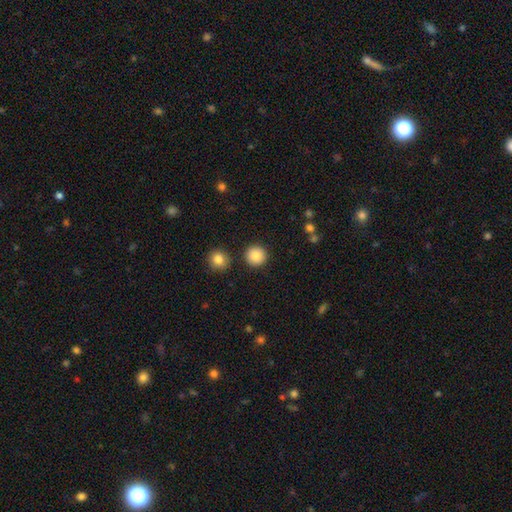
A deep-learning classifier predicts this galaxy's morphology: A smooth galaxy with no disk features (87%) that is round (95%).

Vote fractions:
- Smooth or featured? smooth: 87% / star or artifact: 9% / featured or disk: 4%
- How rounded? round: 95% / in between: 4% / cigar-shaped: 1%
- Merging? none: 91% / minor disturbance: 5% / merger: 2% / major disturbance: 2%